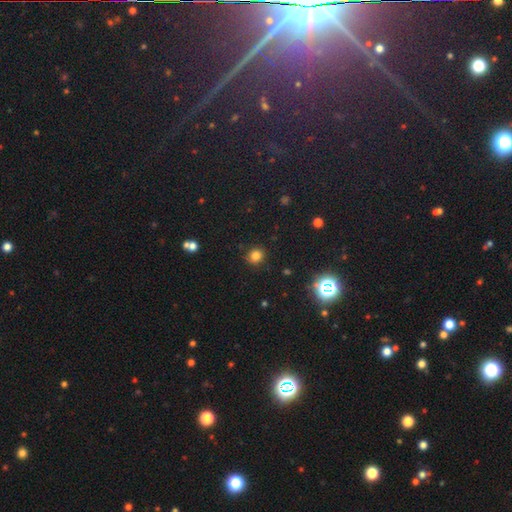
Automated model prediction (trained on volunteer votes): Smooth or featured? Predicted: smooth (p=0.80). How rounded? Predicted: round (p=0.88). Merging? Predicted: none (p=0.89).